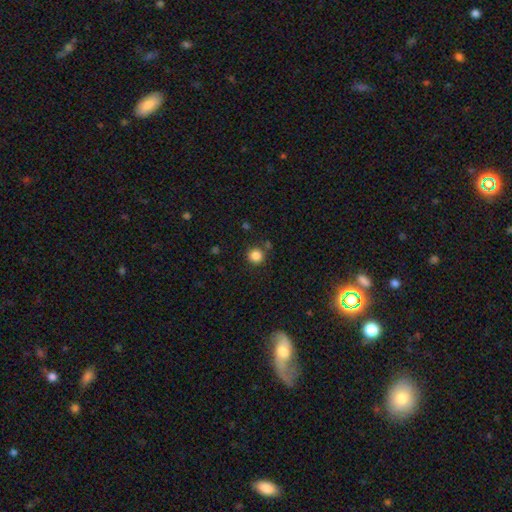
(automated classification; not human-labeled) Smooth or featured: smooth — 85% (star or artifact — 11%)
How rounded: round — 93% (in between — 6%)
Merging: none — 83% (minor disturbance — 8%)